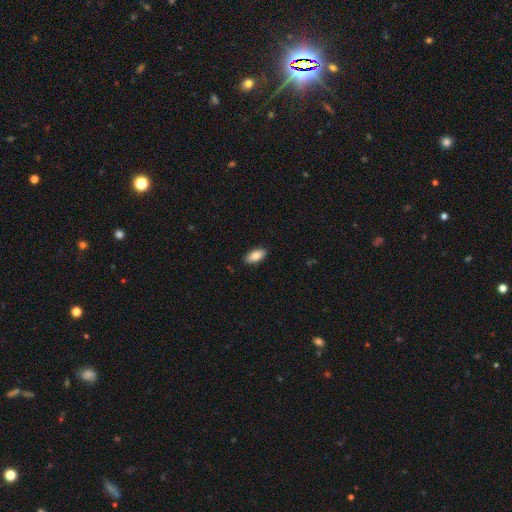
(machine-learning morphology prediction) Smooth or featured: smooth — 85% (featured or disk — 9%)
How rounded: in between — 89% (cigar-shaped — 8%)
Merging: none — 89% (minor disturbance — 9%)